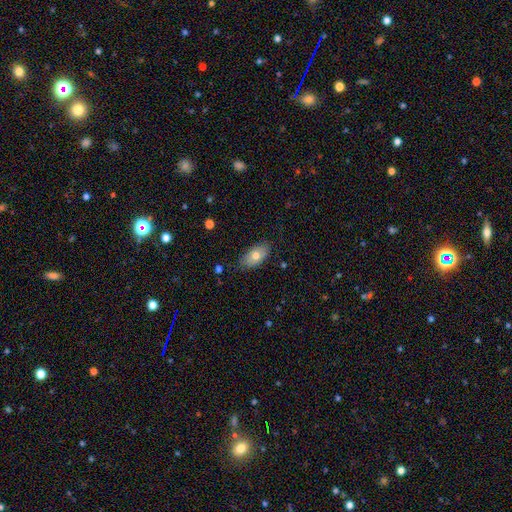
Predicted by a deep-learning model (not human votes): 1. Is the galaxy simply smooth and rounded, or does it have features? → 73% smooth, 20% featured or disk, 7% star or artifact.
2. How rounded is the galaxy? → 92% in between, 5% round, 3% cigar-shaped.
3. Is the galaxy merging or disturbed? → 80% none, 16% minor disturbance, 3% major disturbance, 1% merger.